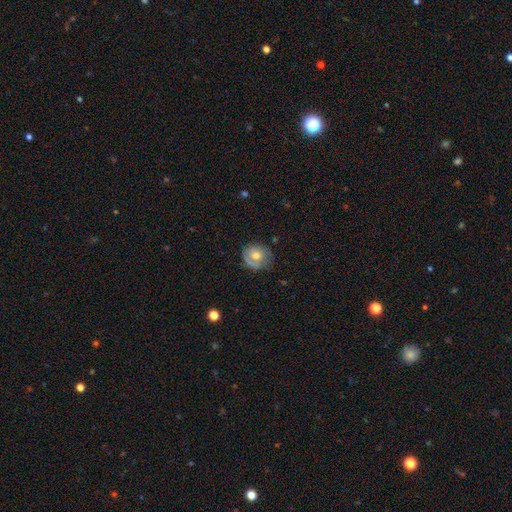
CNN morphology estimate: Smooth or featured? smooth (52%)
How rounded? round (77%)
Merging? none (68%)